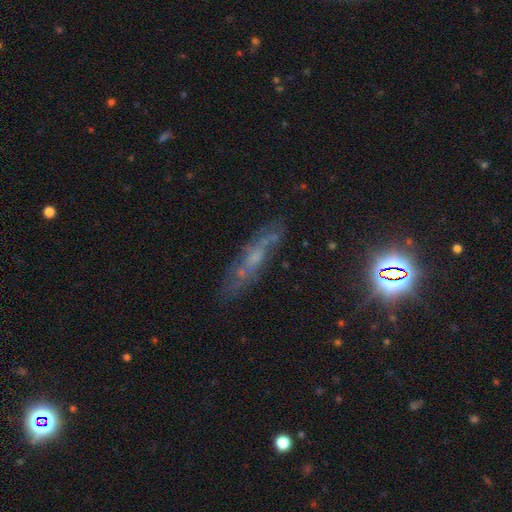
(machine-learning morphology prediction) Smooth or featured? featured or disk (51%)
Edge-on disk? yes (50%, tied with no)
Merging? none (67%)